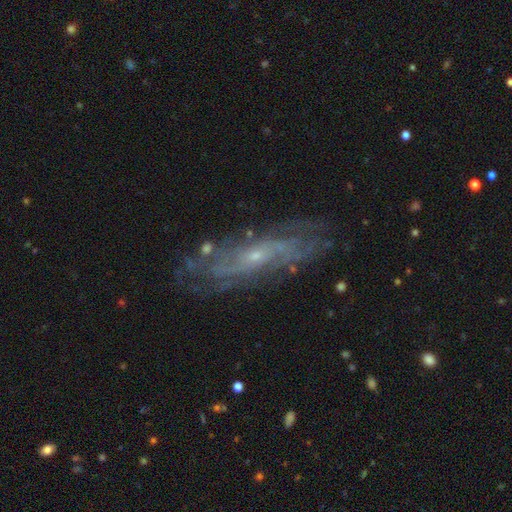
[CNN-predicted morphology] Smooth or featured? featured or disk (75%)
Edge-on disk? no (72%)
Bar? no (59%)
Spiral arms? yes (82%)
Bulge size? small (72%)
Merging? none (77%)